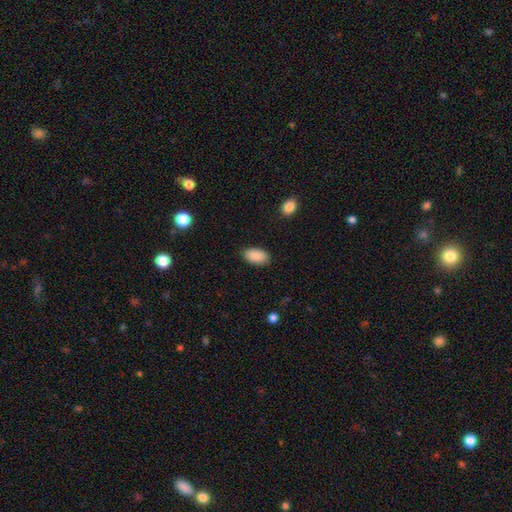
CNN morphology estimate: smooth 90%, star or artifact 7%, featured or disk 3%. Down the decision tree: how rounded — in between (94%); merging — none (87%).